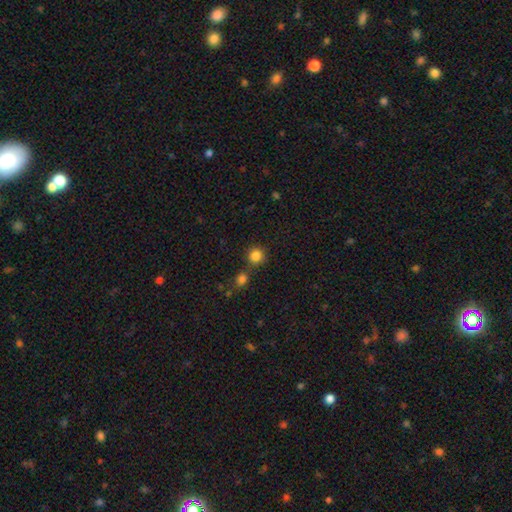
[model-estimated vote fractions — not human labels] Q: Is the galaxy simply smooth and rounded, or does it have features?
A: smooth — 83%.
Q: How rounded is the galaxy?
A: round — 91%.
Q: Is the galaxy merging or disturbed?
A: none — 76%.